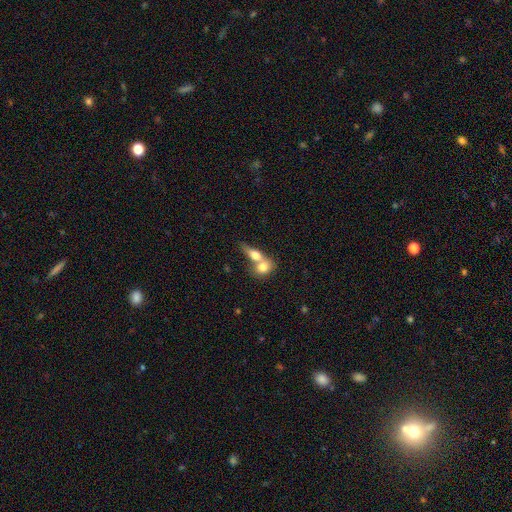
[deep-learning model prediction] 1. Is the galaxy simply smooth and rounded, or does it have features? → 71% smooth, 21% featured or disk, 7% star or artifact.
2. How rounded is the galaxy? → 59% in between, 32% round, 9% cigar-shaped.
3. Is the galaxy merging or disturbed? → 75% merger, 16% none, 5% minor disturbance, 4% major disturbance.